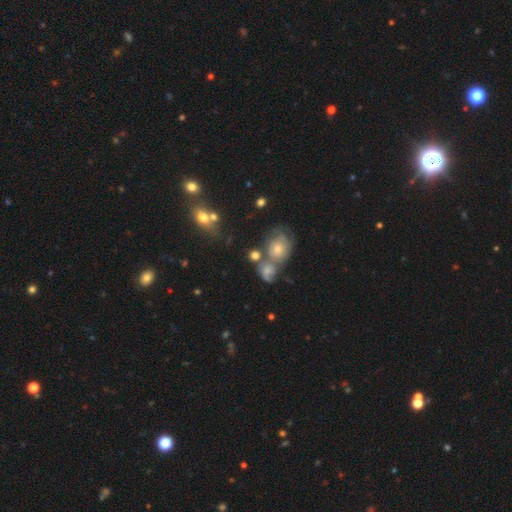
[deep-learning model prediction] This appears to be a smooth galaxy with no disk features (55%) that is round (65%). Merging: merger (40%).